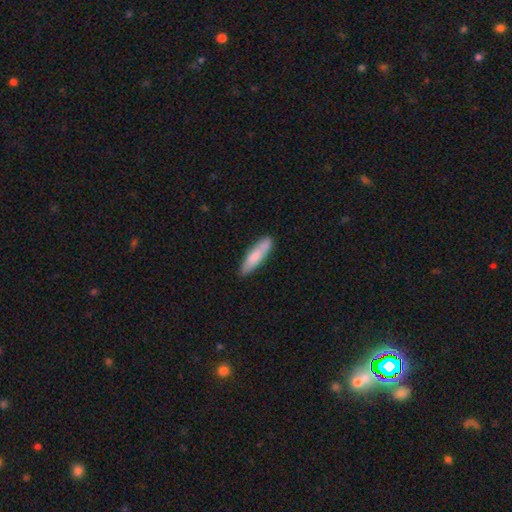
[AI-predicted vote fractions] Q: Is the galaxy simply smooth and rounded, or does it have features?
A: smooth — 79%.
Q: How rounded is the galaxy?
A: cigar-shaped — 74%.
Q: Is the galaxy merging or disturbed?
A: none — 83%.